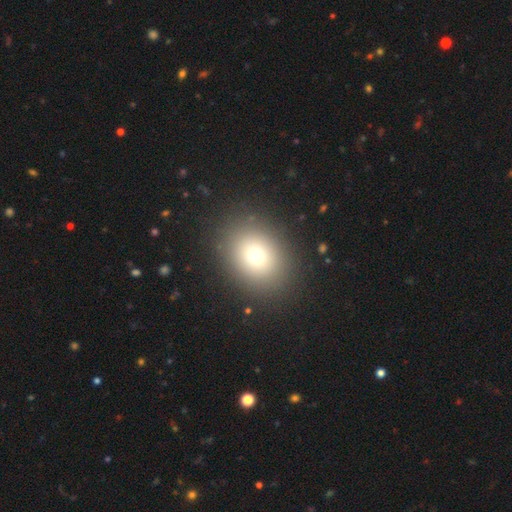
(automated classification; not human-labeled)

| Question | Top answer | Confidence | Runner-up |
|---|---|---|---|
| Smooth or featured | smooth | 73% | star or artifact (15%) |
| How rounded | round | 53% | in between (46%) |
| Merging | none | 86% | minor disturbance (8%) |